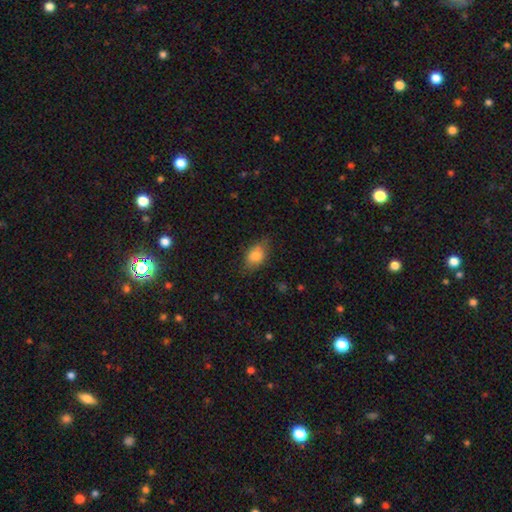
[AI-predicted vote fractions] This appears to be a smooth galaxy with no disk features (79%) that is in between round and cigar-shaped (84%). Merging: none (74%).